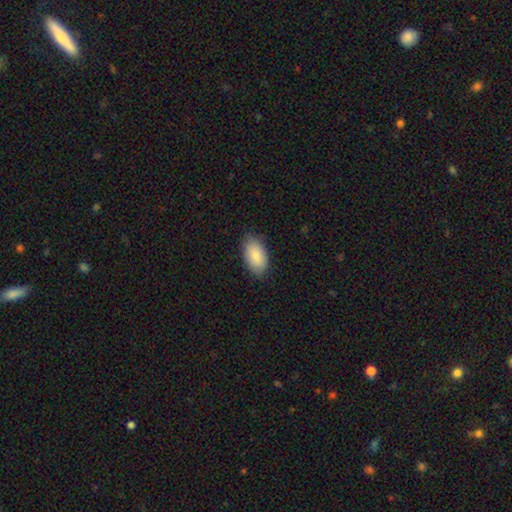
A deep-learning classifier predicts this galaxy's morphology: Smooth or featured?
  - smooth: 86% *
  - featured or disk: 8%
  - star or artifact: 6%
How rounded?
  - in between: 95% *
  - round: 4%
  - cigar-shaped: 2%
Merging?
  - none: 82% *
  - minor disturbance: 14%
  - major disturbance: 3%
  - merger: 1%